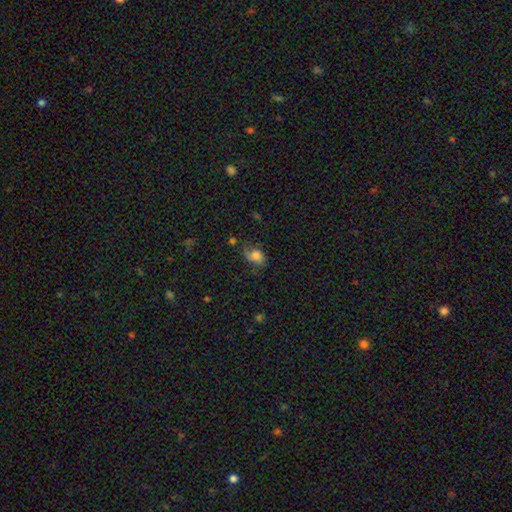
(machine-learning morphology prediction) smooth 68%, featured or disk 21%, star or artifact 10%. Down the decision tree: how rounded — in between (72%); merging — none (50%).